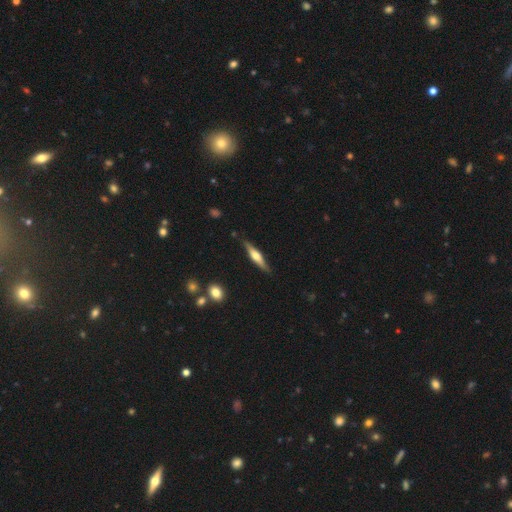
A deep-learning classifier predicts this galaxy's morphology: A featured or disk galaxy (61%) viewed edge-on (96%) with a rounded central bulge (85%).

Vote fractions:
- Smooth or featured? featured or disk: 61% / smooth: 33% / star or artifact: 6%
- Edge-on disk? yes: 96% / no: 4%
- Edge-on bulge? rounded: 85% / boxy: 11% / none: 4%
- Merging? none: 85% / minor disturbance: 11% / major disturbance: 2% / merger: 2%